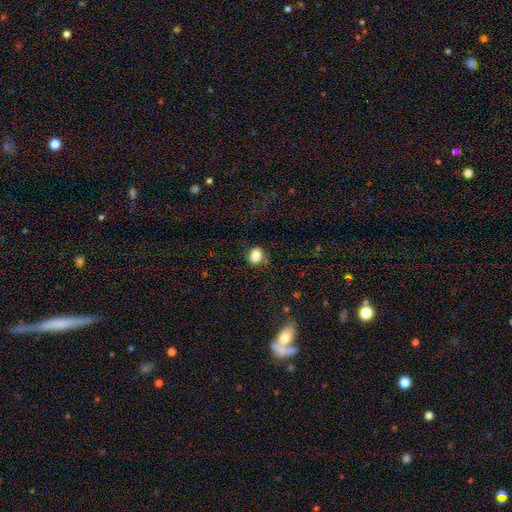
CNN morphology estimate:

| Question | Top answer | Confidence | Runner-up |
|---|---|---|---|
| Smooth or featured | smooth | 84% | star or artifact (10%) |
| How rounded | round | 51% | in between (48%) |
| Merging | none | 79% | minor disturbance (13%) |